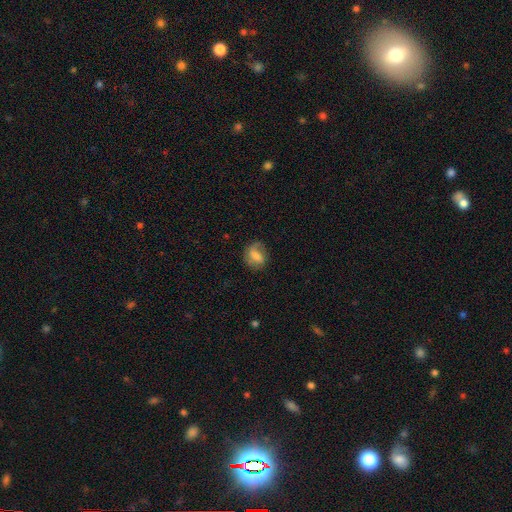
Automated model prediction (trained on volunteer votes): Smooth or featured? smooth (56%)
How rounded? in between (53%)
Merging? none (62%)